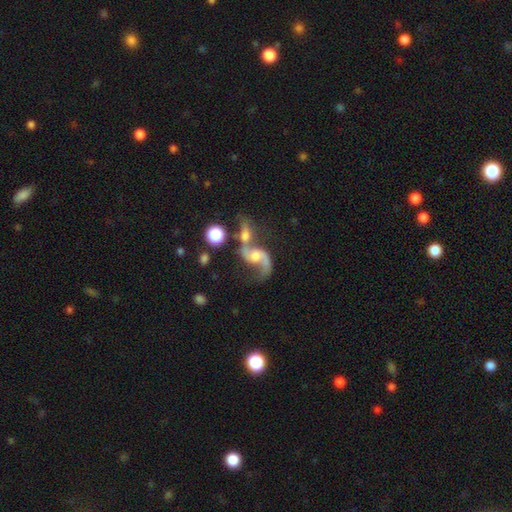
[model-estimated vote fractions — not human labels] Smooth or featured? Predicted: featured or disk (p=0.84). Edge-on disk? Predicted: no (p=0.97). Bar? Predicted: no (p=0.54). Spiral arms? Predicted: yes (p=0.94). Spiral winding? Predicted: loose (p=0.67). Spiral arm count? Predicted: 2 (p=0.81). Bulge size? Predicted: moderate (p=0.54). Merging? Predicted: merger (p=0.46).